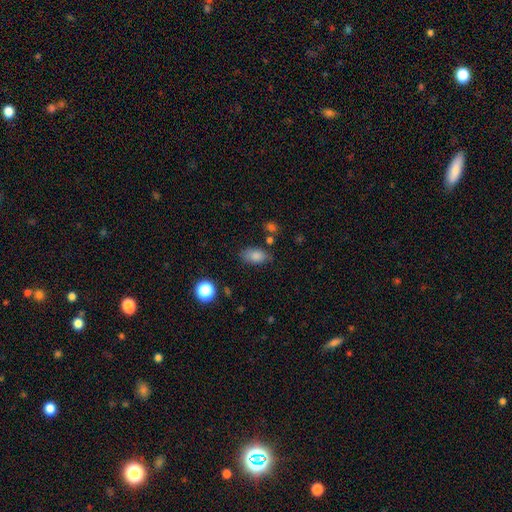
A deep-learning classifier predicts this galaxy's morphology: Smooth or featured? Predicted: smooth (p=0.83). How rounded? Predicted: in between (p=0.89). Merging? Predicted: none (p=0.73).